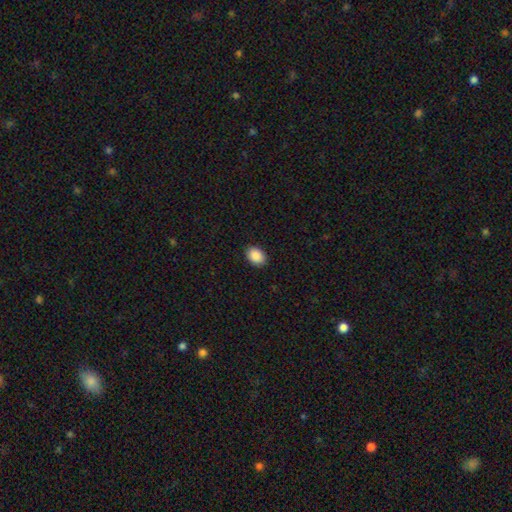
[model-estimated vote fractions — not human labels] smooth_or_featured: smooth (p=0.90) [alt: star or artifact p=0.07]
how_rounded: in between (p=0.74) [alt: round p=0.25]
merging: none (p=0.89) [alt: minor disturbance p=0.08]